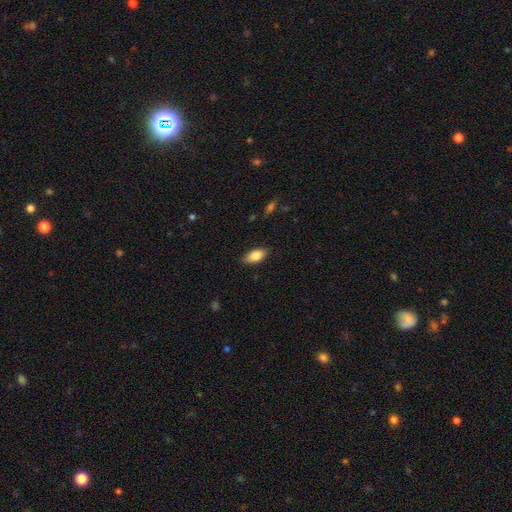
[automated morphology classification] This appears to be a smooth galaxy with no disk features (85%) that is in between round and cigar-shaped (91%). Merging: none (85%).